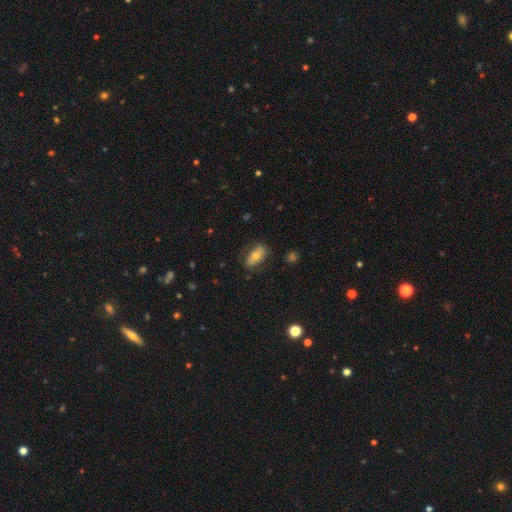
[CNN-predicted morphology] smooth_or_featured: smooth (p=0.60) [alt: featured or disk p=0.32]
how_rounded: in between (p=0.85) [alt: cigar-shaped p=0.10]
merging: none (p=0.74) [alt: minor disturbance p=0.19]